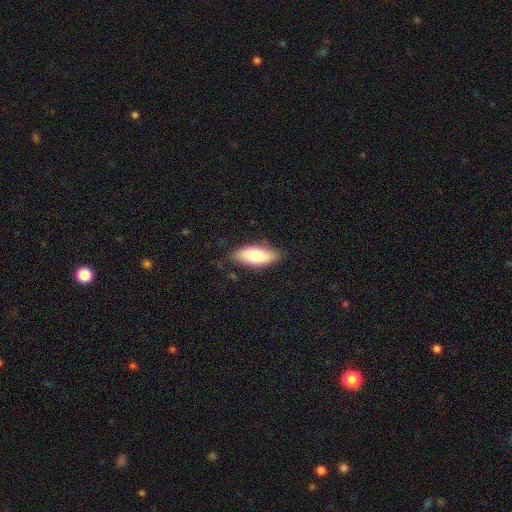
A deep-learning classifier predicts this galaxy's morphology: type=smooth (77%); roundness=in between (84%); merging=none (79%).